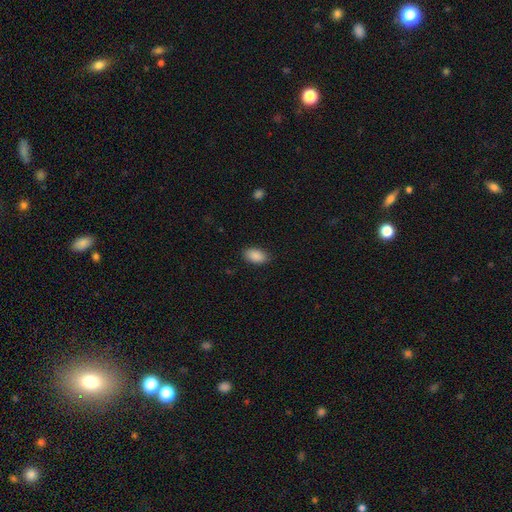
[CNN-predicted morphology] Smooth or featured?
  - smooth: 89% *
  - star or artifact: 7%
  - featured or disk: 4%
How rounded?
  - in between: 93% *
  - round: 5%
  - cigar-shaped: 2%
Merging?
  - none: 87% *
  - minor disturbance: 9%
  - major disturbance: 2%
  - merger: 1%